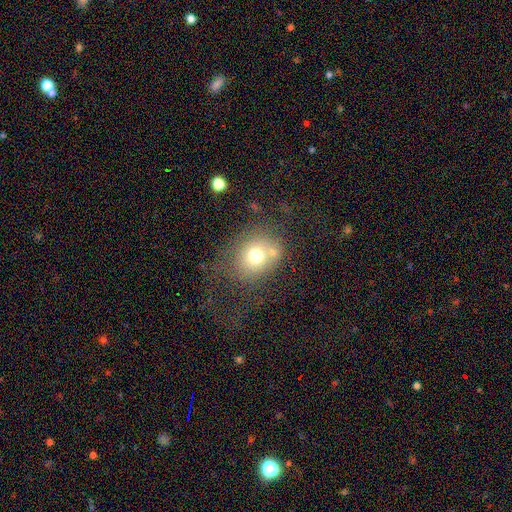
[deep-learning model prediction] Smooth or featured?
  - smooth: 68% *
  - featured or disk: 18%
  - star or artifact: 14%
How rounded?
  - round: 66% *
  - in between: 33%
  - cigar-shaped: 1%
Merging?
  - none: 50% *
  - minor disturbance: 19%
  - merger: 17%
  - major disturbance: 14%